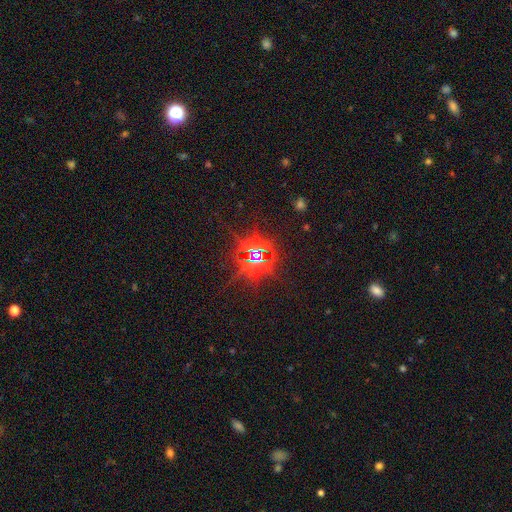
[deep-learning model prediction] Smooth or featured: star or artifact — 84% (featured or disk — 8%)